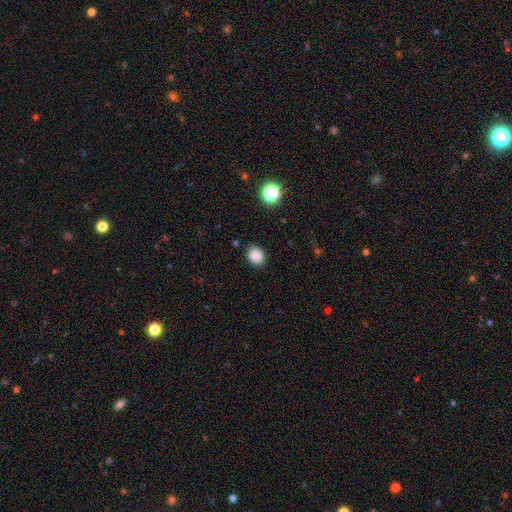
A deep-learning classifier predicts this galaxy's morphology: Overall: smooth (86%). How rounded: round (53%; in between 46%). Merging: none (85%).